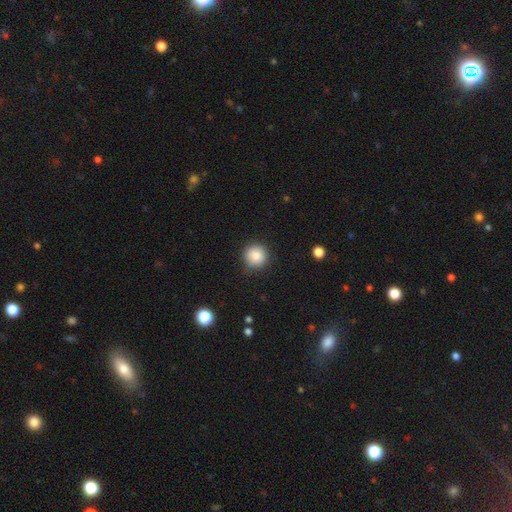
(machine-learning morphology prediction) This appears to be a smooth galaxy with no disk features (86%) that is round (93%). Merging: none (87%).